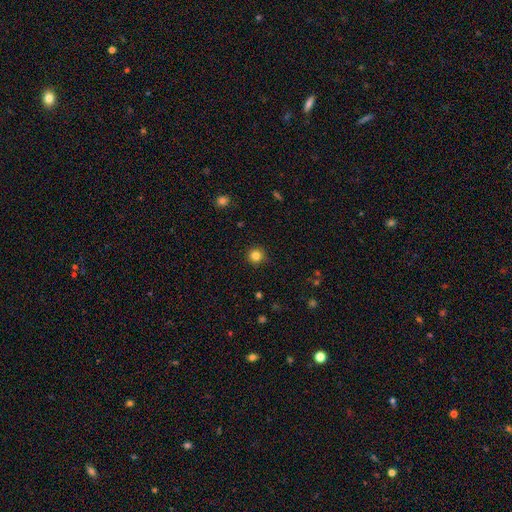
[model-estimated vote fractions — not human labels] Smooth or featured? Predicted: smooth (p=0.83). How rounded? Predicted: round (p=0.95). Merging? Predicted: none (p=0.91).